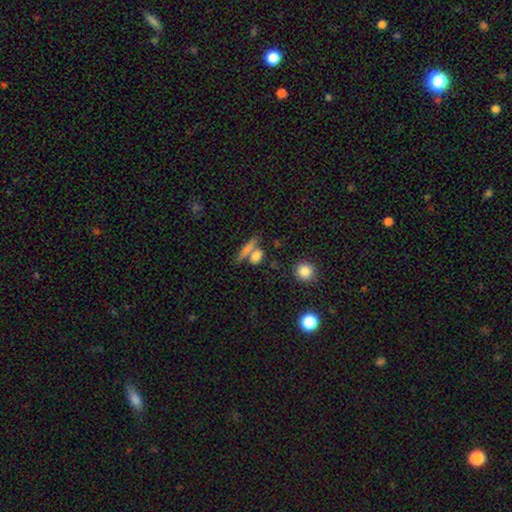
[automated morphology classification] A smooth galaxy with no disk features (73%) that is in between round and cigar-shaped (50%). Merging: none (54%).